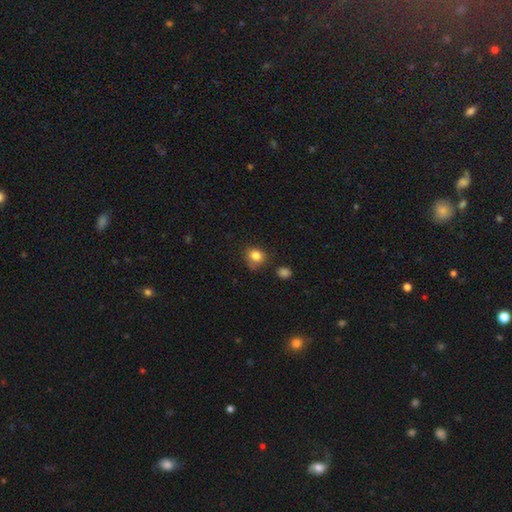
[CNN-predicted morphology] type=smooth (83%); roundness=round (69%); merging=none (66%).